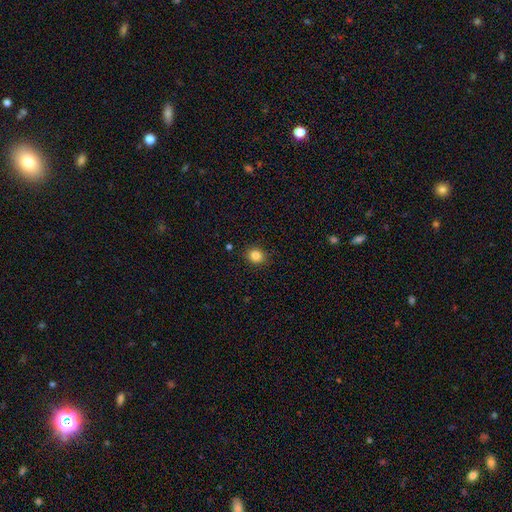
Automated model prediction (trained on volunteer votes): smooth 84%, star or artifact 11%, featured or disk 5%. Down the decision tree: how rounded — round (79%); merging — none (89%).